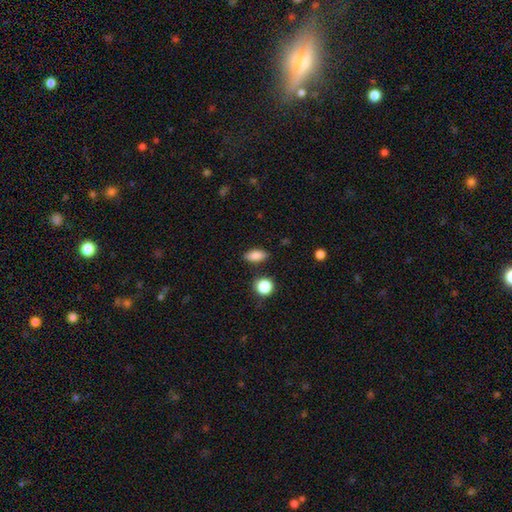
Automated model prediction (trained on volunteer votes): Morphology: type=smooth (85%); roundness=in between (84%); merging=none (85%).